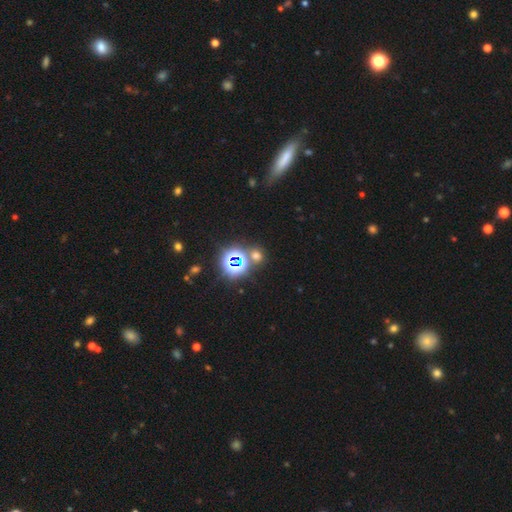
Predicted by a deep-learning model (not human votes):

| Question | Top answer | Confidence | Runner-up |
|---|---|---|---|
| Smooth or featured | star or artifact | 48% | smooth (45%) |